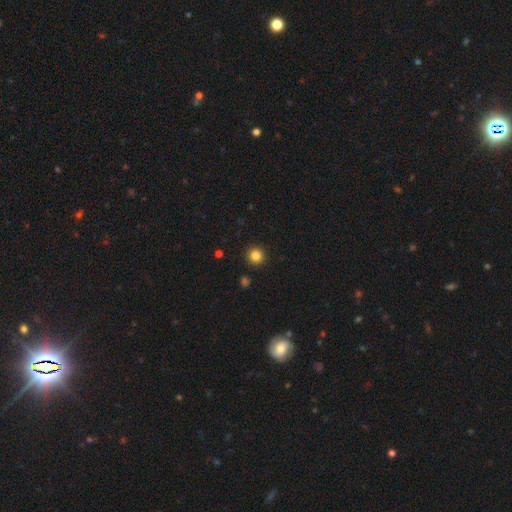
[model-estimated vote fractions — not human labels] smooth-or-featured: smooth: 83% | star or artifact: 12% | featured or disk: 5%
  how-rounded: round: 95% | in between: 4% | cigar-shaped: 1%
  merging: none: 93% | minor disturbance: 4% | major disturbance: 2% | merger: 1%